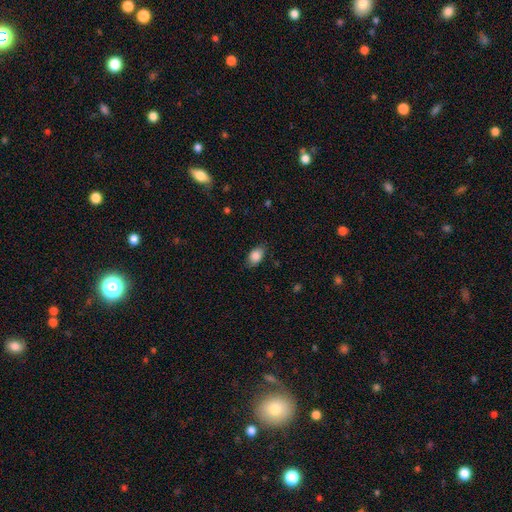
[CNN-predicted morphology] Overall: smooth (85%). How rounded: in between (87%). Merging: none (79%).